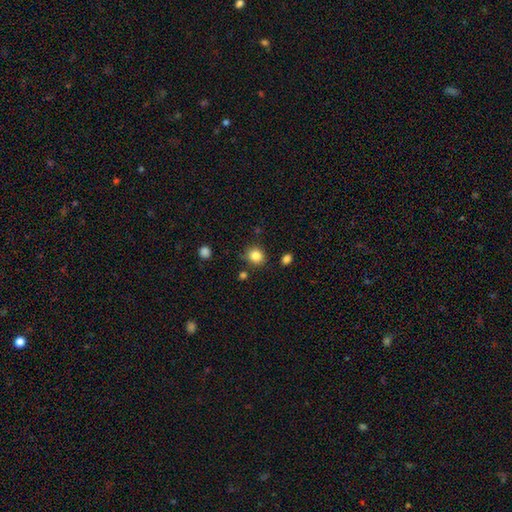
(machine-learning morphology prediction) A smooth galaxy with no disk features (84%) that is round (81%). Merging: none (82%).